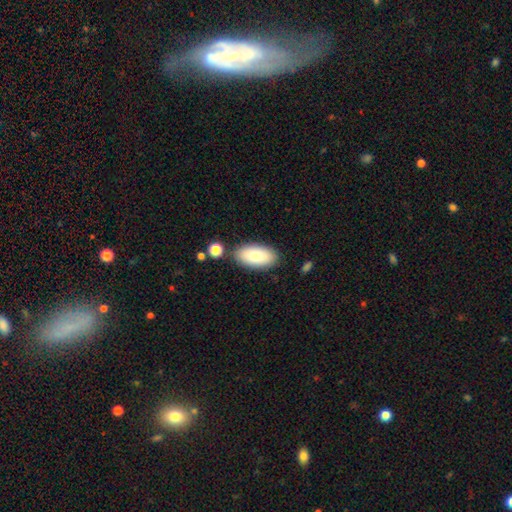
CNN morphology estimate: A smooth galaxy with no disk features (79%) that is in between round and cigar-shaped (94%).

Vote fractions:
- Smooth or featured? smooth: 79% / featured or disk: 15% / star or artifact: 7%
- How rounded? in between: 94% / cigar-shaped: 3% / round: 3%
- Merging? none: 82% / minor disturbance: 11% / merger: 4% / major disturbance: 3%